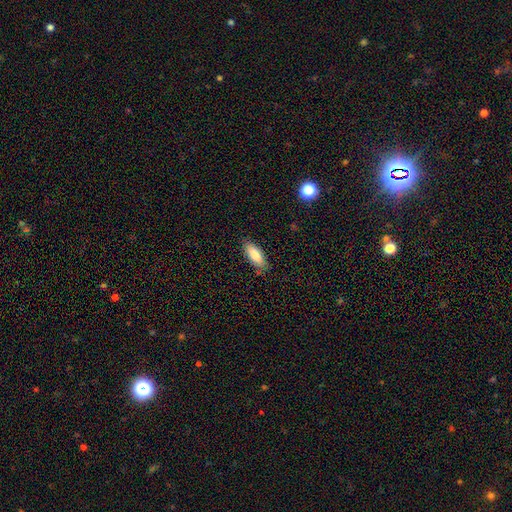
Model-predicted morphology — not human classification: This appears to be a smooth galaxy with no disk features (83%) that is in between round and cigar-shaped (77%). Merging: none (85%).